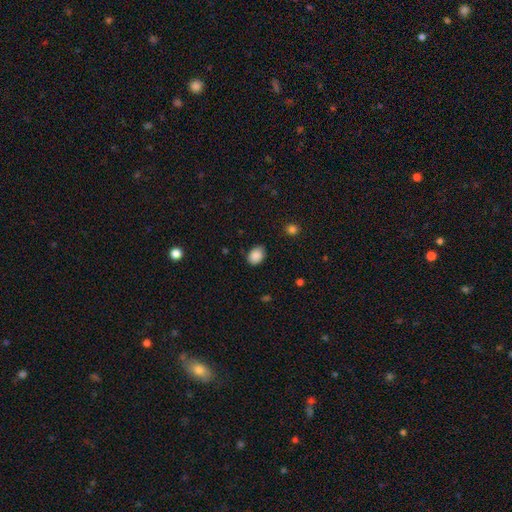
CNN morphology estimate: Smooth or featured? Predicted: smooth (p=0.88). How rounded? Predicted: in between (p=0.65). Merging? Predicted: none (p=0.77).